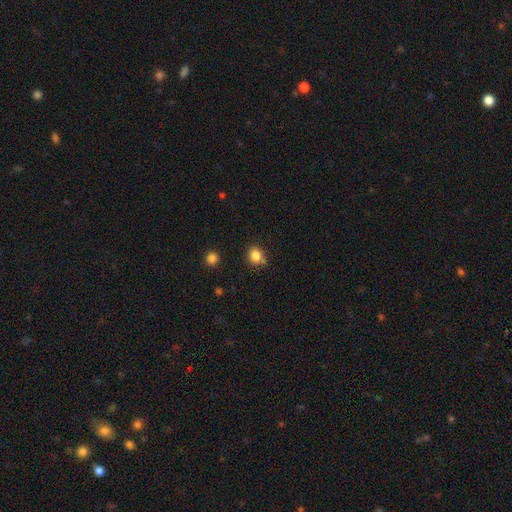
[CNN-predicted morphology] Q: Smooth or featured?
A: smooth (84%); runner-up: star or artifact (12%)
Q: How rounded?
A: round (76%); runner-up: in between (24%)
Q: Merging?
A: none (70%); runner-up: minor disturbance (18%)